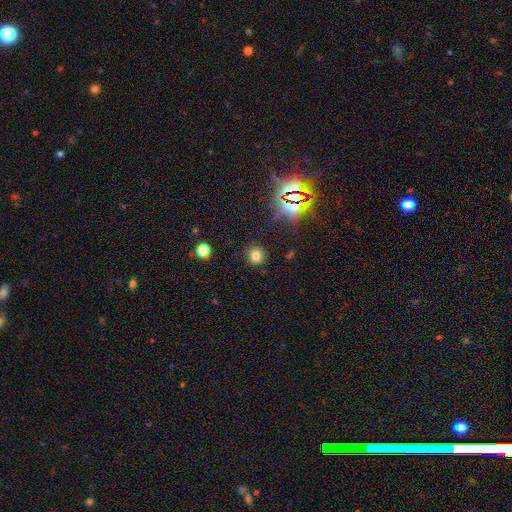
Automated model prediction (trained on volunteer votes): smooth 73%, star or artifact 20%, featured or disk 7%. Down the decision tree: how rounded — round (89%); merging — none (88%).